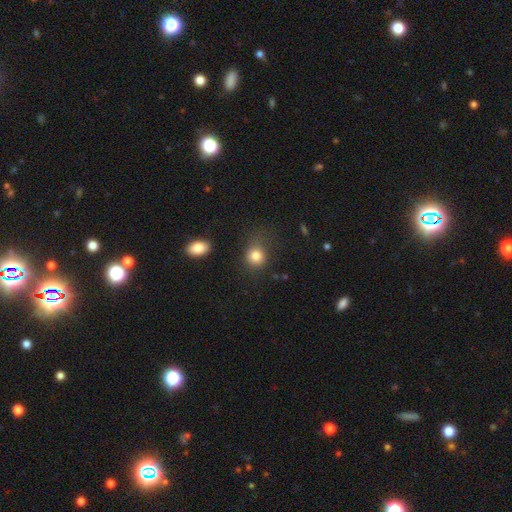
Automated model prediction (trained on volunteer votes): This is clearly a smooth galaxy (83%). How rounded: likely round (74%). Merging: likely none (64%).